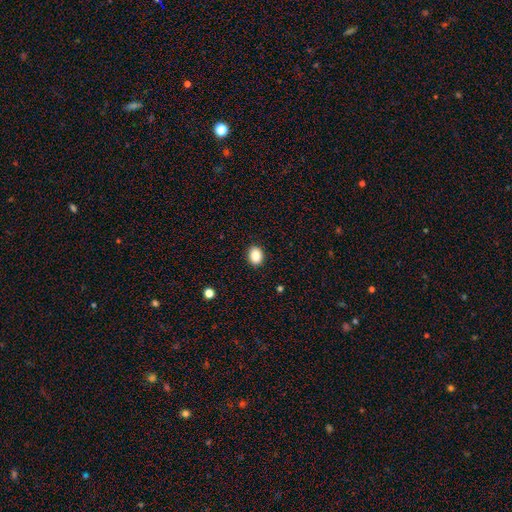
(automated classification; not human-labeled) This appears to be a smooth galaxy with no disk features (87%) that is in between round and cigar-shaped (50%). Merging: none (90%).